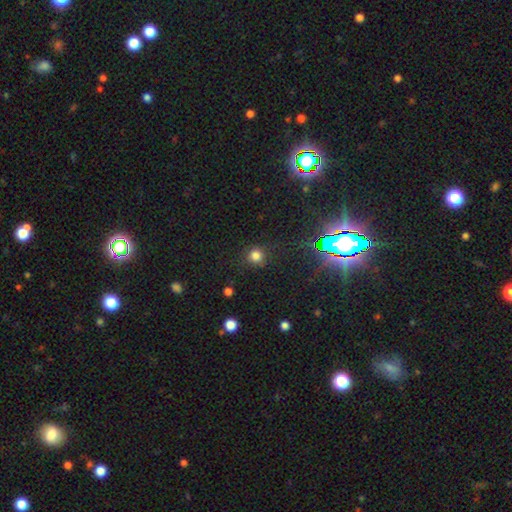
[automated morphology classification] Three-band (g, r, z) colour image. It shows a smooth galaxy with no disk features (76%) that is round (92%). Merging: none (85%).